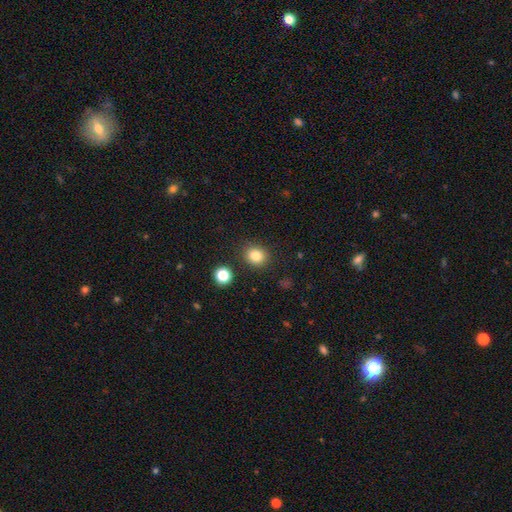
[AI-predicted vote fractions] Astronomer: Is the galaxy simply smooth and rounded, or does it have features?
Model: smooth — 83%.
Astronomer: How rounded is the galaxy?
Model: round — 75%.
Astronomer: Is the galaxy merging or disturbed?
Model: none — 87%.